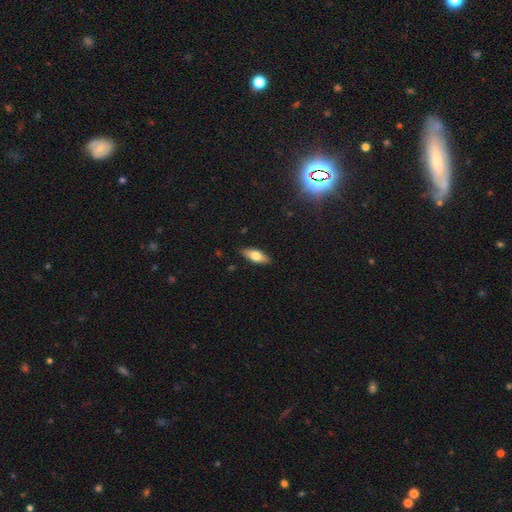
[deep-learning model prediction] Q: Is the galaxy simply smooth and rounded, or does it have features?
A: smooth — 62%.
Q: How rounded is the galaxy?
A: in between — 71%.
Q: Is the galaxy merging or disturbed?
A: none — 88%.